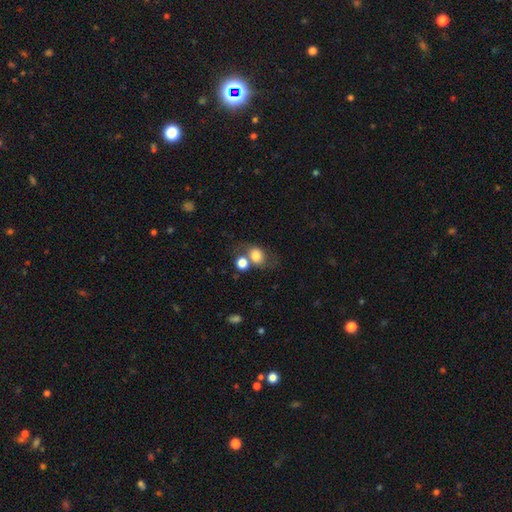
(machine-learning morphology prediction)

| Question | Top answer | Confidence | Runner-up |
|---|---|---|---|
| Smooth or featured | smooth | 74% | featured or disk (16%) |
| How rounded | in between | 51% | round (47%) |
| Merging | none | 43% | merger (32%) |